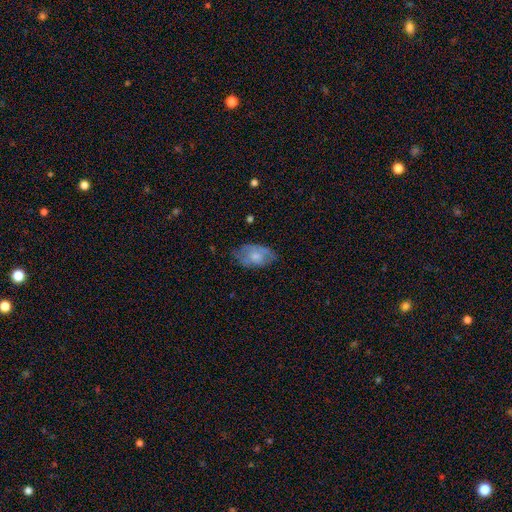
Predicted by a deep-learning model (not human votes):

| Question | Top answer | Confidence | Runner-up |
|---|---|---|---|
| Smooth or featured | smooth | 60% | featured or disk (33%) |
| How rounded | in between | 91% | round (7%) |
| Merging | none | 61% | minor disturbance (28%) |